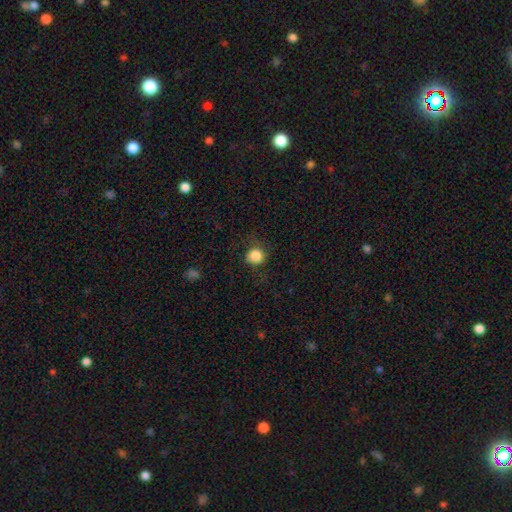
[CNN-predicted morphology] A smooth galaxy with no disk features (84%) that is round (88%).

Vote fractions:
- Smooth or featured? smooth: 84% / star or artifact: 10% / featured or disk: 6%
- How rounded? round: 88% / in between: 11% / cigar-shaped: 1%
- Merging? none: 77% / minor disturbance: 16% / major disturbance: 6% / merger: 1%